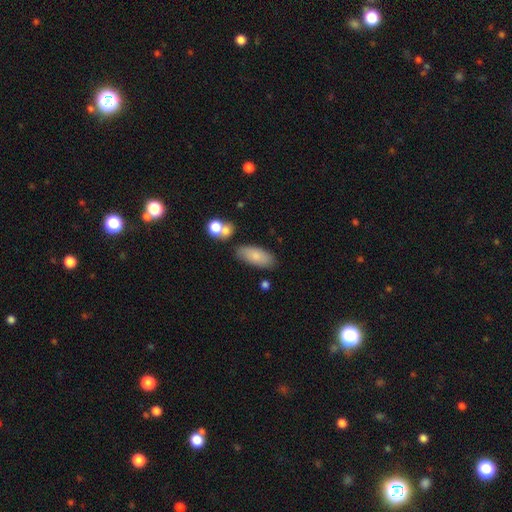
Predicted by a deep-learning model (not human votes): Smooth or featured?
  - smooth: 82% *
  - featured or disk: 12%
  - star or artifact: 7%
How rounded?
  - in between: 85% *
  - cigar-shaped: 13%
  - round: 2%
Merging?
  - none: 76% *
  - minor disturbance: 14%
  - merger: 7%
  - major disturbance: 3%